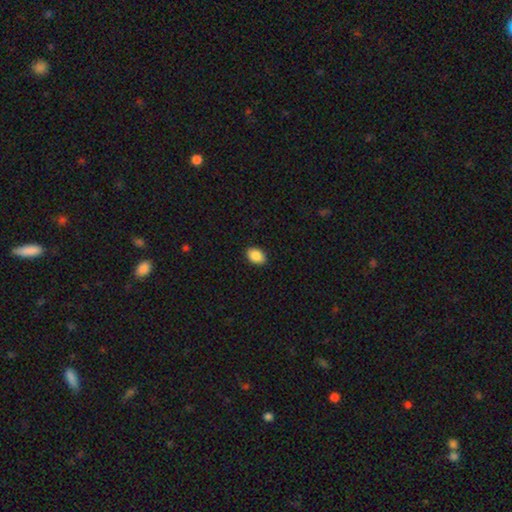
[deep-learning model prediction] This is clearly a smooth galaxy (89%). How rounded: clearly in between (83%). Merging: clearly none (89%).